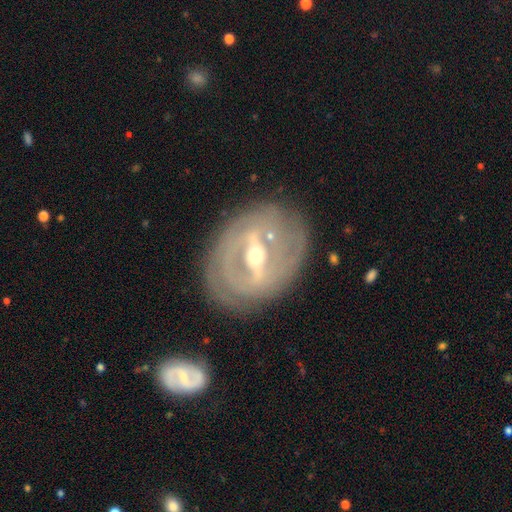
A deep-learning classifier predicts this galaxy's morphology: Overall: featured or disk (84%). Edge-on disk: no (90%). Bar: strong (70%). Spiral arms: yes (65%; no 35%). Bulge size: moderate (58%; small 37%). Merging: none (76%).